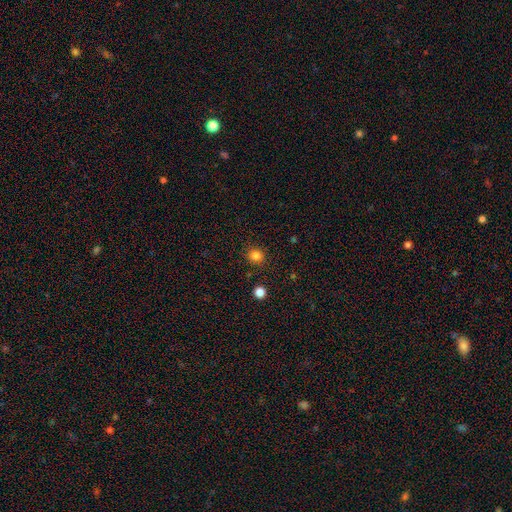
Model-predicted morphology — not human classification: smooth_or_featured: smooth (p=0.84) [alt: star or artifact p=0.13]
how_rounded: round (p=0.83) [alt: in between p=0.16]
merging: none (p=0.88) [alt: minor disturbance p=0.08]